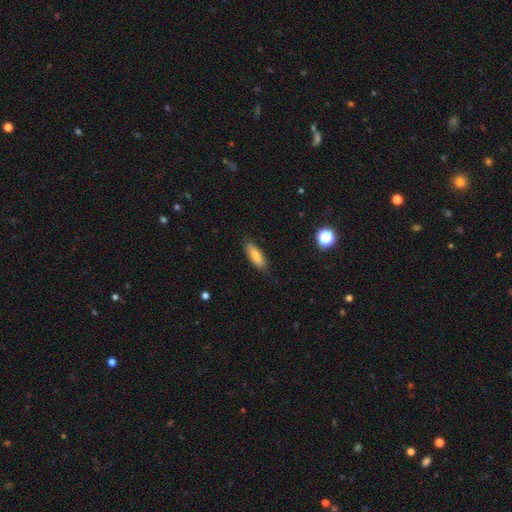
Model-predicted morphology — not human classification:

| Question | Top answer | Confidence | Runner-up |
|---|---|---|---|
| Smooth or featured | smooth | 80% | featured or disk (13%) |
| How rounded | in between | 63% | cigar-shaped (35%) |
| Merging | none | 83% | minor disturbance (13%) |